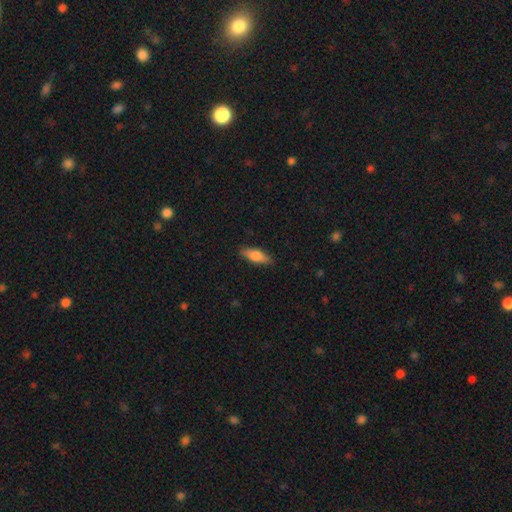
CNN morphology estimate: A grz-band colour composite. It shows a smooth galaxy with no disk features (73%) that is in between round and cigar-shaped (61%). Merging: none (86%).